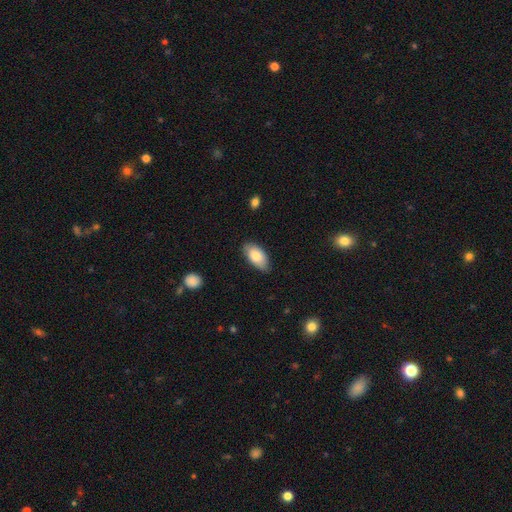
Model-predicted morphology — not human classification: smooth 81%, featured or disk 13%, star or artifact 6%. Down the decision tree: how rounded — in between (94%); merging — none (79%).